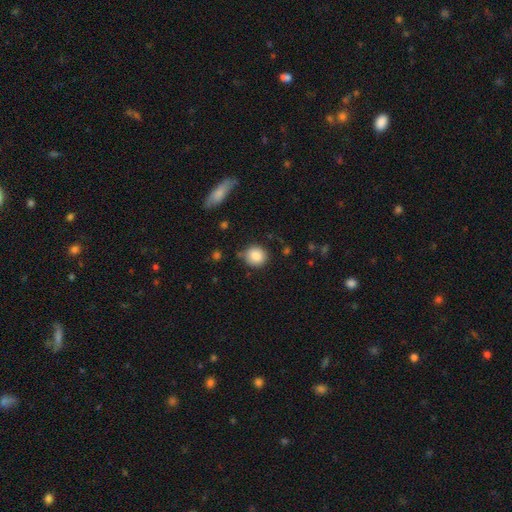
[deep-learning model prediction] This appears to be a smooth galaxy with no disk features (85%) that is round (86%). Merging: none (79%).